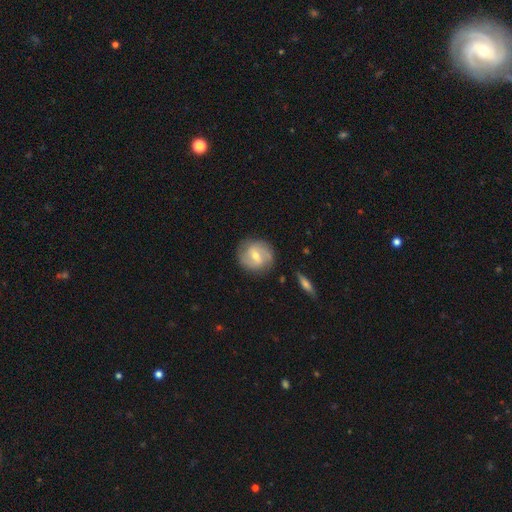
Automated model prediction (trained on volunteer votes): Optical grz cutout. It shows a featured or disk galaxy (65%) with a weak bar (52%), 2 (69%) medium (40%) spiral arms (83%) and a moderate central bulge (59%). Merging: none (81%).